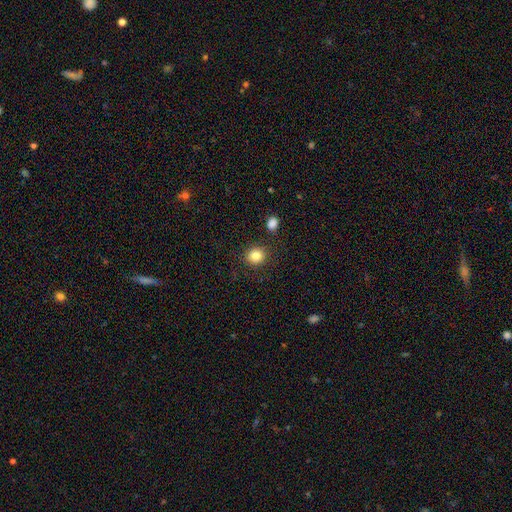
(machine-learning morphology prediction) Smooth or featured? Predicted: smooth (p=0.84). How rounded? Predicted: round (p=0.82). Merging? Predicted: none (p=0.86).